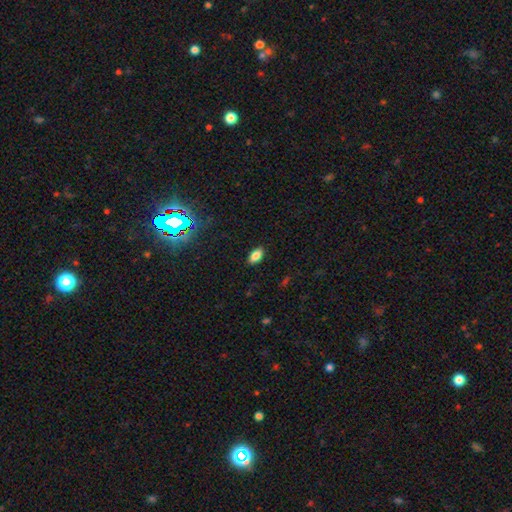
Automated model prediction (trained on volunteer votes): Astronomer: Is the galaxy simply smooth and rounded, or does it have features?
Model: smooth — 81%.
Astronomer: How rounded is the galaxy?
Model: in between — 91%.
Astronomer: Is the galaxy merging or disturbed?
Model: none — 88%.